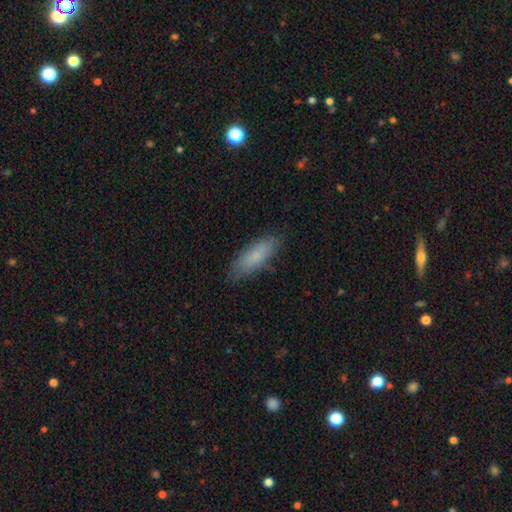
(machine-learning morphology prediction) The model was most divided on "how rounded": in between: 58%, cigar-shaped: 40%, round: 2%. More confident: merging — none (81%); smooth or featured — smooth (80%).